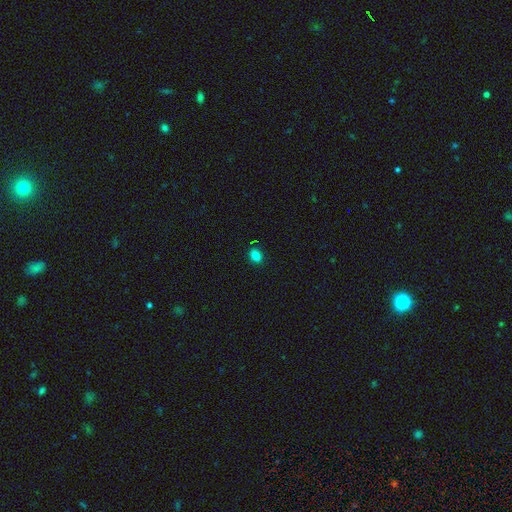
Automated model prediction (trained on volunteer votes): Smooth or featured? smooth (83%)
How rounded? in between (69%)
Merging? none (87%)